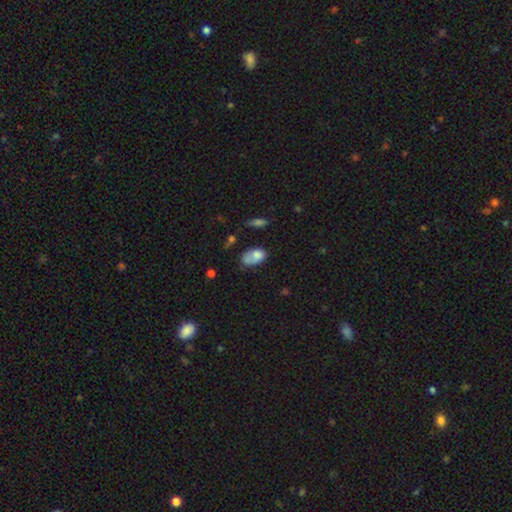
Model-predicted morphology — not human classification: A smooth galaxy with no disk features (74%) that is in between round and cigar-shaped (89%).

Vote fractions:
- Smooth or featured? smooth: 74% / featured or disk: 17% / star or artifact: 9%
- How rounded? in between: 89% / round: 9% / cigar-shaped: 2%
- Merging? none: 36% / minor disturbance: 32% / major disturbance: 20% / merger: 12%